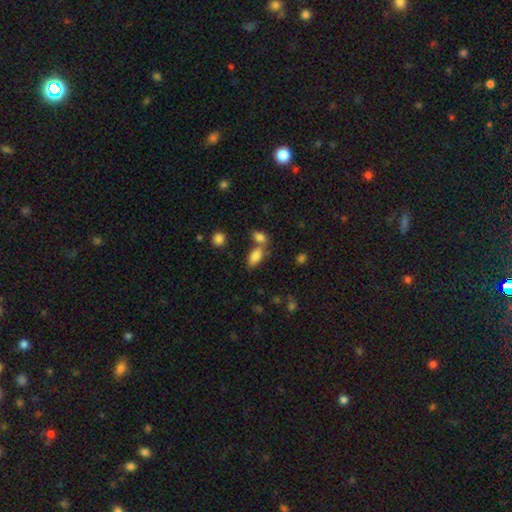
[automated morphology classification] Smooth or featured? smooth (83%)
How rounded? in between (90%)
Merging? none (49%)